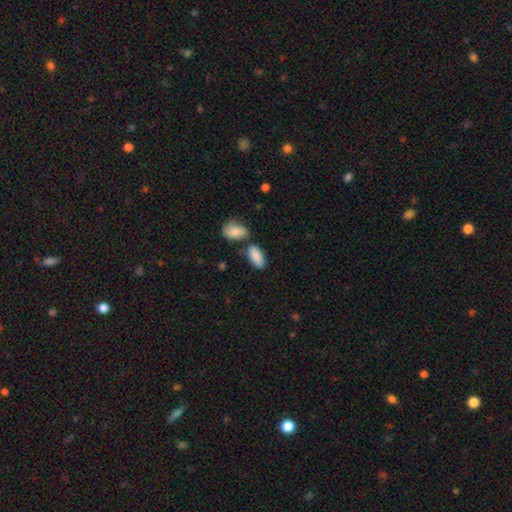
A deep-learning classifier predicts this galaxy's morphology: This is clearly a smooth galaxy (88%). How rounded: clearly in between (92%). Merging: likely none (64%).